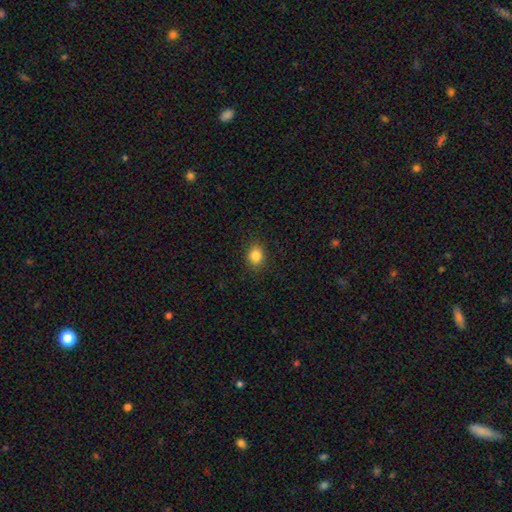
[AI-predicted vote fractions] smooth 85%, star or artifact 11%, featured or disk 5%. Down the decision tree: how rounded — round (57%); merging — none (89%).